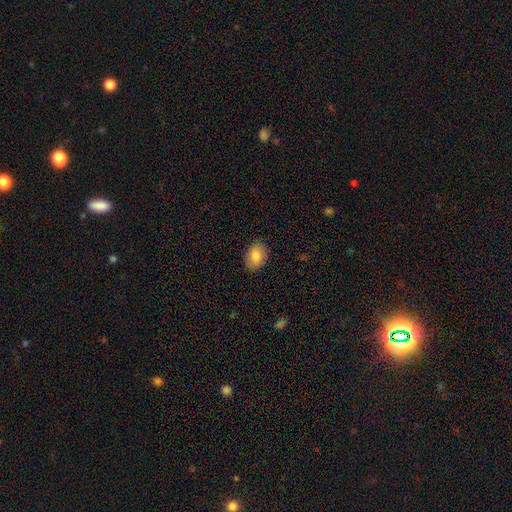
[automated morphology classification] Smooth or featured?
  - smooth: 85% *
  - featured or disk: 8%
  - star or artifact: 7%
How rounded?
  - in between: 80% *
  - round: 19%
  - cigar-shaped: 1%
Merging?
  - none: 88% *
  - minor disturbance: 9%
  - major disturbance: 2%
  - merger: 1%